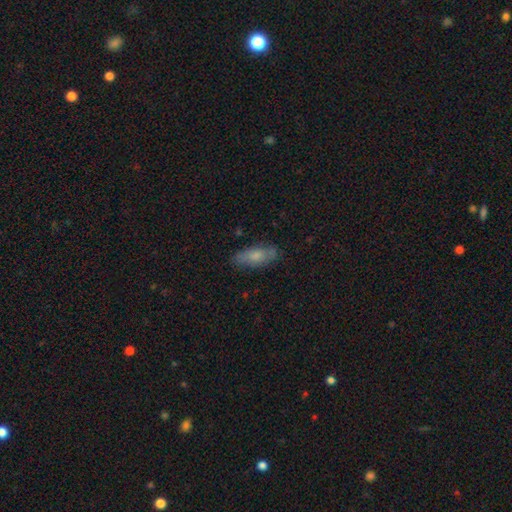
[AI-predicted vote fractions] Q: Smooth or featured?
A: smooth (68%); runner-up: featured or disk (25%)
Q: How rounded?
A: in between (71%); runner-up: cigar-shaped (27%)
Q: Merging?
A: none (78%); runner-up: minor disturbance (17%)